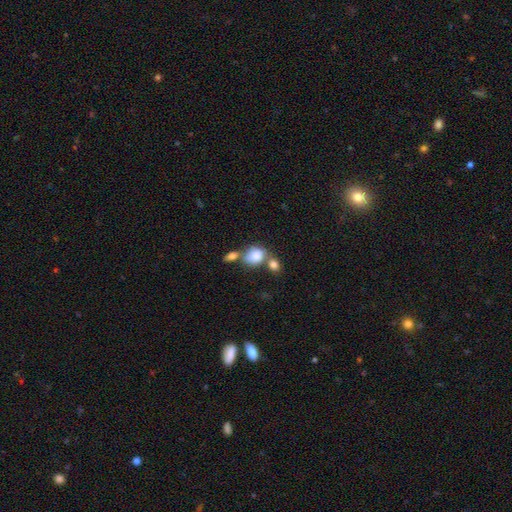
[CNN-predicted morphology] Smooth or featured? smooth (81%)
How rounded? in between (50%)
Merging? merger (47%)